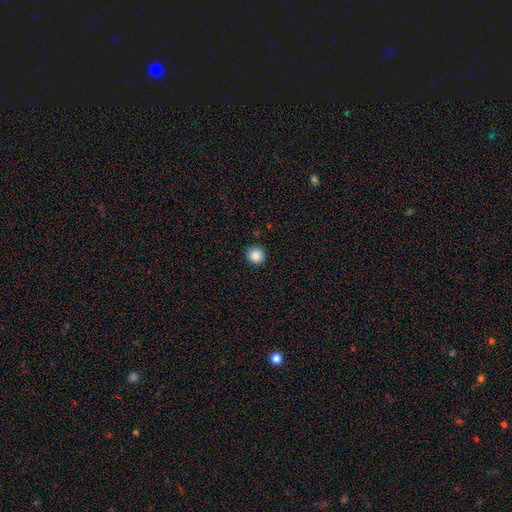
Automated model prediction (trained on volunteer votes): This is clearly a smooth galaxy (87%). How rounded: clearly round (93%). Merging: clearly none (91%).